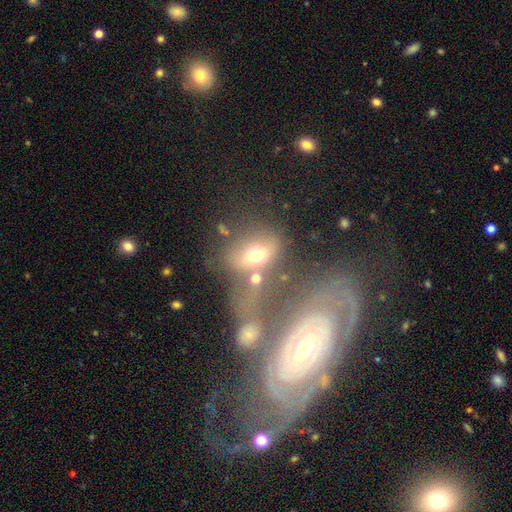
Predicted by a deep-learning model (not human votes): The model was most divided on "merging": merger: 38%, none: 36%, minor disturbance: 13%, major disturbance: 13%. More confident: how rounded — in between (66%); smooth or featured — smooth (54%).